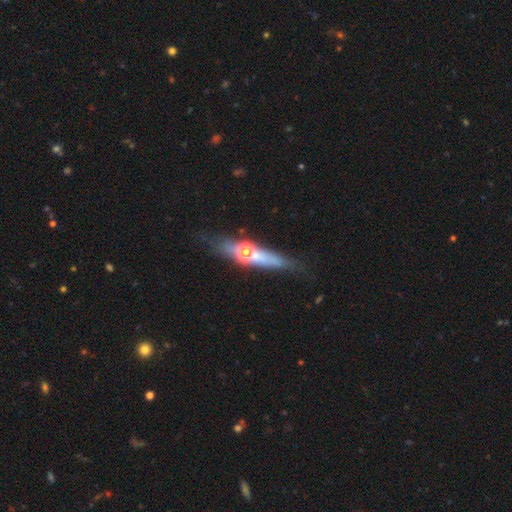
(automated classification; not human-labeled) featured or disk 52%, smooth 36%, star or artifact 12%. Down the decision tree: edge-on disk — yes (77%); merging — none (64%).